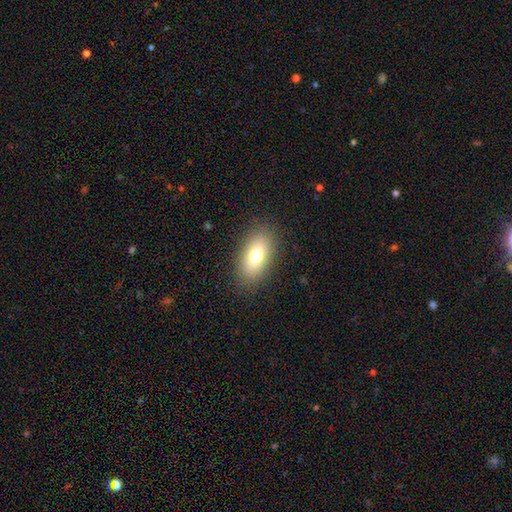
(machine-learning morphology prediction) The model was most divided on "smooth or featured": smooth: 75%, featured or disk: 16%, star or artifact: 10%. More confident: how rounded — in between (89%); merging — none (87%).